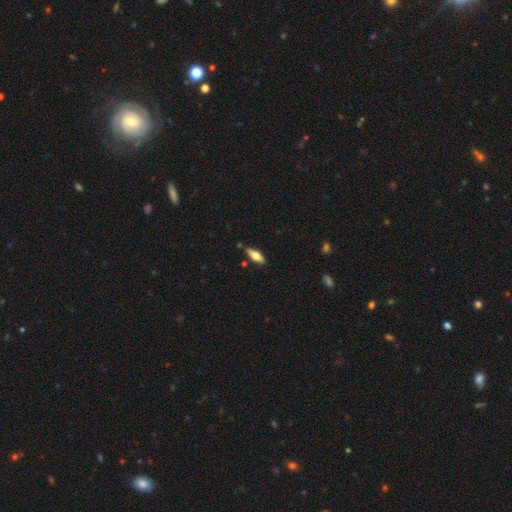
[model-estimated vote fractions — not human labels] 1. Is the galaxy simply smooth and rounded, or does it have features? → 52% smooth, 42% featured or disk, 6% star or artifact.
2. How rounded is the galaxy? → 64% in between, 34% cigar-shaped, 3% round.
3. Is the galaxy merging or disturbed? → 85% none, 11% minor disturbance, 2% merger, 2% major disturbance.